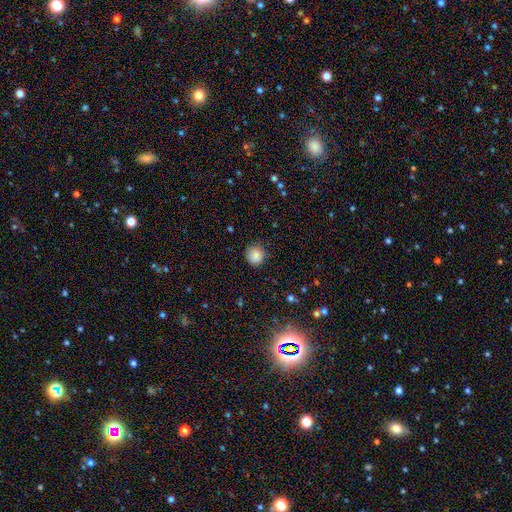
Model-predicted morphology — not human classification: This appears to be a smooth galaxy with no disk features (86%) that is round (92%). Merging: none (85%).